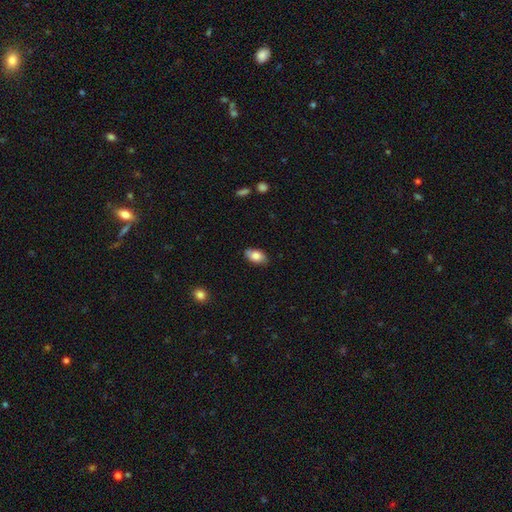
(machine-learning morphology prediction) Smooth or featured? smooth (80%)
How rounded? in between (92%)
Merging? none (82%)